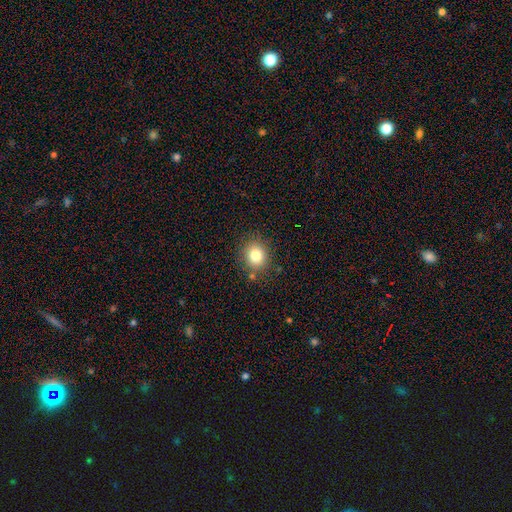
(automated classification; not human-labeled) smooth 80%, star or artifact 12%, featured or disk 8%. Down the decision tree: how rounded — round (75%); merging — none (84%).